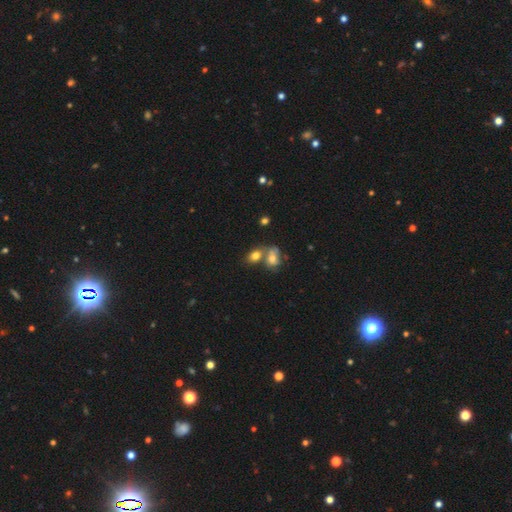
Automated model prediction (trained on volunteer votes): Morphology: type=smooth (75%); roundness=in between (78%); merging=merger (49%).